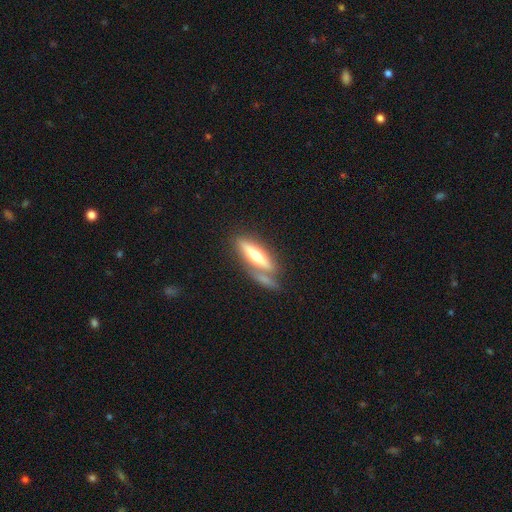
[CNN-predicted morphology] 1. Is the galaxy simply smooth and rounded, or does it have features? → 49% featured or disk, 46% smooth, 6% star or artifact.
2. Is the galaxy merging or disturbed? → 51% none, 26% merger, 16% minor disturbance, 7% major disturbance.